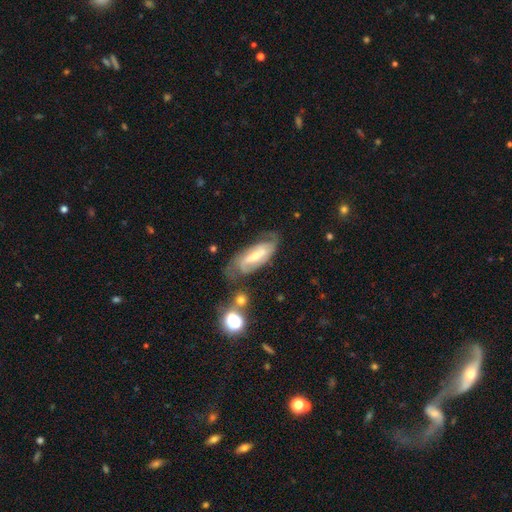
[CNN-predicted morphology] Smooth or featured?
  - featured or disk: 77% *
  - smooth: 17%
  - star or artifact: 6%
Edge-on disk?
  - no: 91% *
  - yes: 9%
Bar?
  - strong: 42% *
  - weak: 37%
  - no: 21%
Spiral arms?
  - yes: 91% *
  - no: 9%
Spiral winding?
  - medium: 43% *
  - tight: 33%
  - loose: 23%
Spiral arm count?
  - 2: 75% *
  - can't tell: 14%
  - 1: 5%
  - 3: 3%
  - 4: 1%
  - more than 4: 1%
Bulge size?
  - moderate: 47% *
  - small: 45%
  - large: 4%
  - none: 2%
  - dominant: 1%
Merging?
  - none: 59% *
  - minor disturbance: 23%
  - major disturbance: 13%
  - merger: 5%